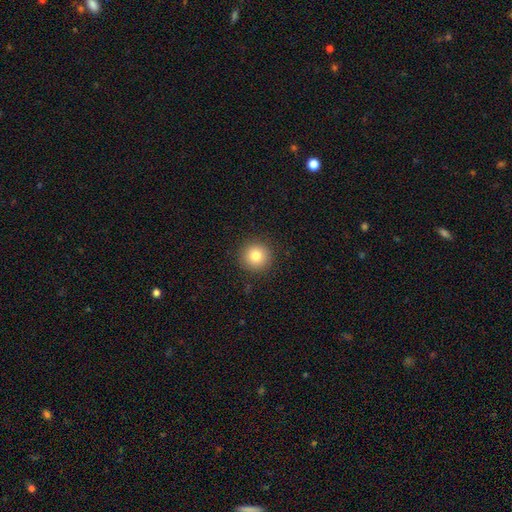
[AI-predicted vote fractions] This appears to be a smooth galaxy with no disk features (82%) that is round (95%). Merging: none (91%).